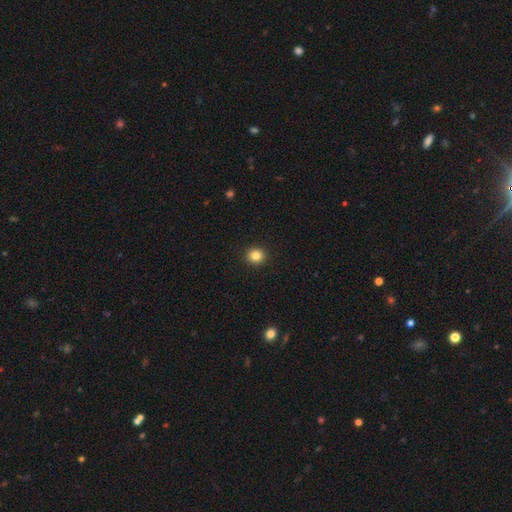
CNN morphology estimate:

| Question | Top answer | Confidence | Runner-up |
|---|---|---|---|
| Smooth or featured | smooth | 84% | star or artifact (11%) |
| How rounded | round | 92% | in between (7%) |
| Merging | none | 93% | minor disturbance (4%) |